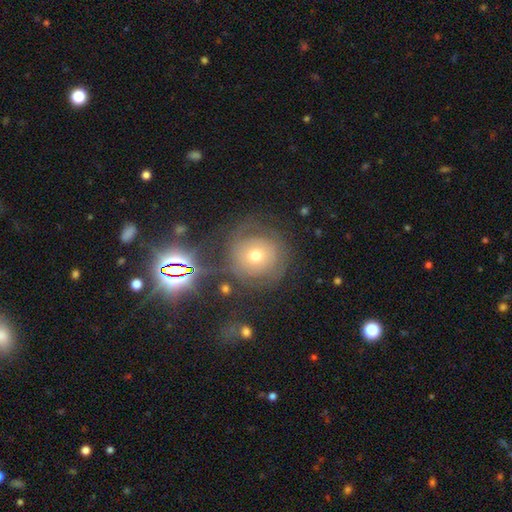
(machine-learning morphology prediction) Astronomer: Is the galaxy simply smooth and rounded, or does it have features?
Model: featured or disk — 46% (runner-up: smooth, 37%).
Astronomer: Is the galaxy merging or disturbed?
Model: none — 63%.